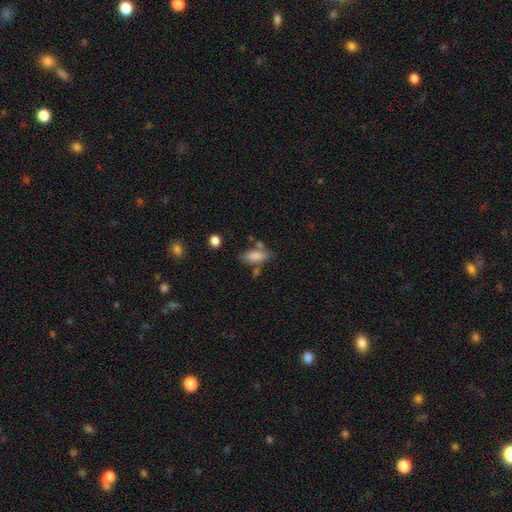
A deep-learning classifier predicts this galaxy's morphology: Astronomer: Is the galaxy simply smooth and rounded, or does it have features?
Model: smooth — 82%.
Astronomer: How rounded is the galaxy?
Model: in between — 82%.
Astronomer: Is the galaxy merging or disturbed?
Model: none — 59%.